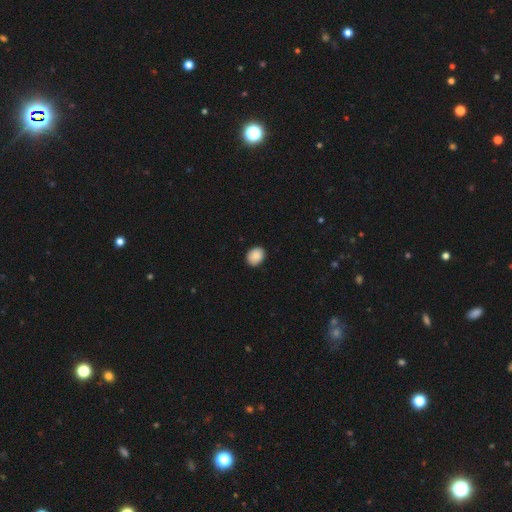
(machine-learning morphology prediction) smooth-or-featured: smooth: 88% | star or artifact: 8% | featured or disk: 4%
  how-rounded: in between: 52% | round: 47% | cigar-shaped: 1%
  merging: none: 89% | minor disturbance: 9% | major disturbance: 2% | merger: 1%